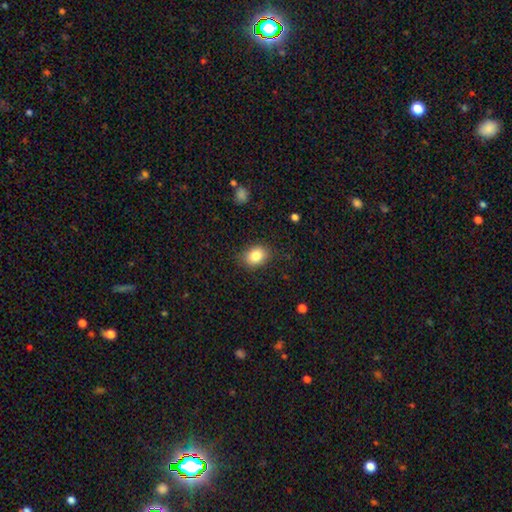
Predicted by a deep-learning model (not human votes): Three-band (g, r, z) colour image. It shows a smooth galaxy with no disk features (84%) that is in between round and cigar-shaped (61%). Merging: none (83%).